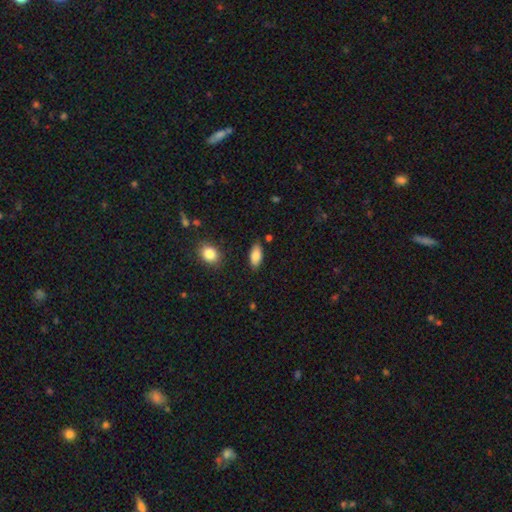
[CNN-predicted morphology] smooth 85%, featured or disk 8%, star or artifact 7%. Down the decision tree: how rounded — in between (90%); merging — none (86%).